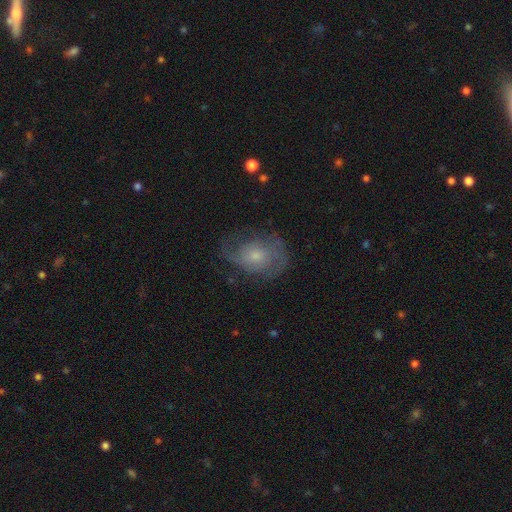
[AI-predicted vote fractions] A featured or disk galaxy (62%) with no bar (76%), spiral arms (82%) and a small central bulge (48%).

Vote fractions:
- Smooth or featured? featured or disk: 62% / smooth: 29% / star or artifact: 9%
- Edge-on disk? no: 96% / yes: 4%
- Bar? no: 76% / weak: 22% / strong: 3%
- Spiral arms? yes: 82% / no: 18%
- Bulge size? small: 48% / moderate: 41% / large: 5% / none: 4% / dominant: 1%
- Merging? none: 60% / minor disturbance: 23% / major disturbance: 15% / merger: 1%